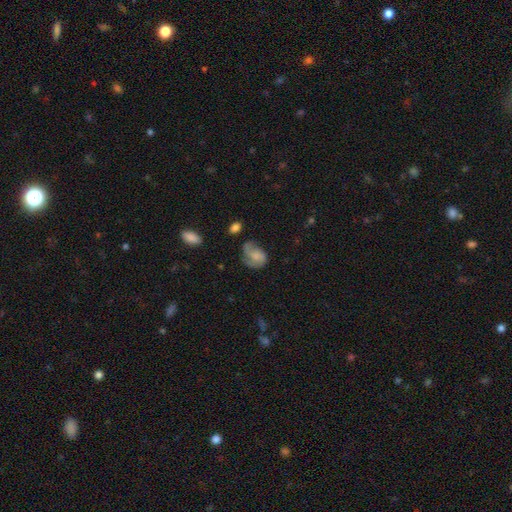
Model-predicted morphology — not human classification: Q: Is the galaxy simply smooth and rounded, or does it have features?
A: smooth — 52%.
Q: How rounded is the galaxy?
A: in between — 64%.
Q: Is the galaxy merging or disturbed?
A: none — 37%.